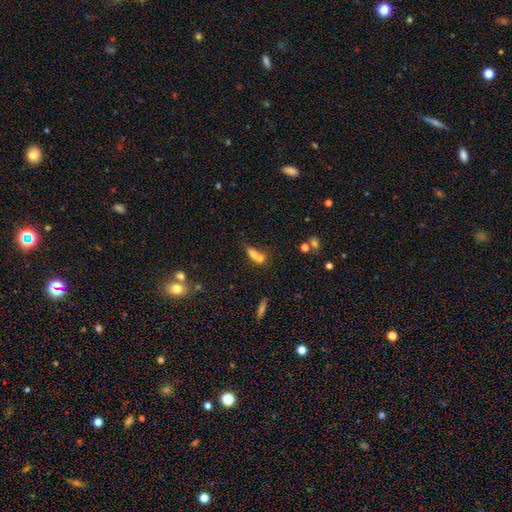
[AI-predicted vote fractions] Q: Smooth or featured?
A: smooth (64%); runner-up: featured or disk (22%)
Q: How rounded?
A: in between (57%); runner-up: round (22%)
Q: Merging?
A: merger (64%); runner-up: none (21%)